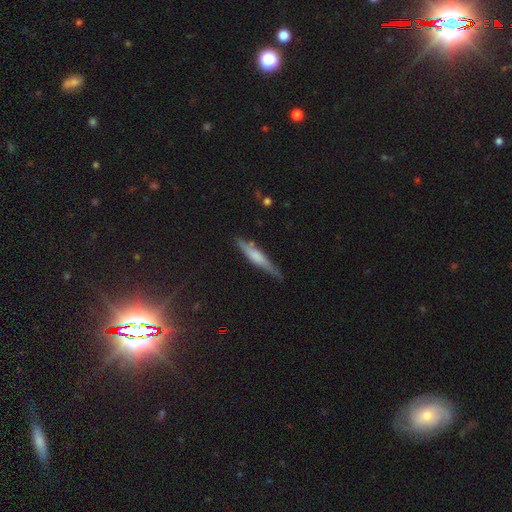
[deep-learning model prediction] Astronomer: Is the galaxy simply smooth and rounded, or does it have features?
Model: smooth — 49% (runner-up: featured or disk, 44%).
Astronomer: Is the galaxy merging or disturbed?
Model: none — 76%.